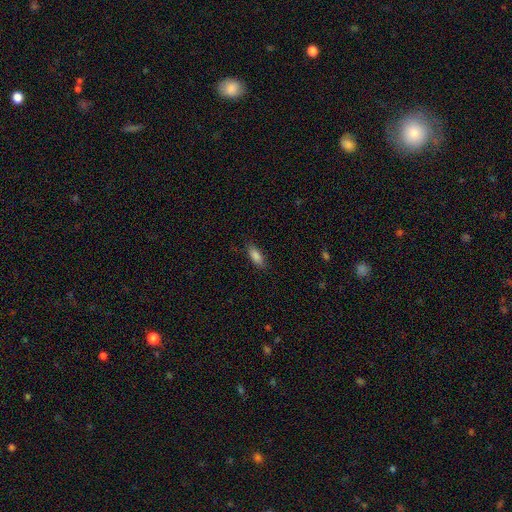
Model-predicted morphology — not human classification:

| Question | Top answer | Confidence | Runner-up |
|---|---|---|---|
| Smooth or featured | smooth | 84% | featured or disk (9%) |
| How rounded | in between | 70% | cigar-shaped (28%) |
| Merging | none | 83% | minor disturbance (13%) |